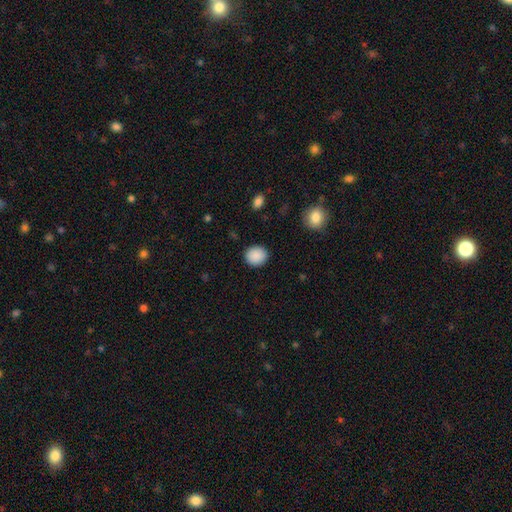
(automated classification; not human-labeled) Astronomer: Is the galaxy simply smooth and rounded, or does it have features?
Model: smooth — 90%.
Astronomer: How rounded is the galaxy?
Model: round — 78%.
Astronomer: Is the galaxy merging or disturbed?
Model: none — 90%.